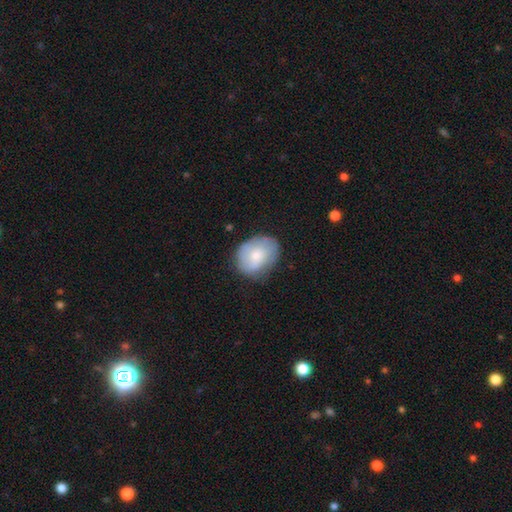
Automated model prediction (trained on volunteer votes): Smooth or featured?
  - smooth: 69% *
  - featured or disk: 24%
  - star or artifact: 7%
How rounded?
  - in between: 53% *
  - round: 46%
  - cigar-shaped: 1%
Merging?
  - none: 66% *
  - minor disturbance: 25%
  - major disturbance: 8%
  - merger: 2%